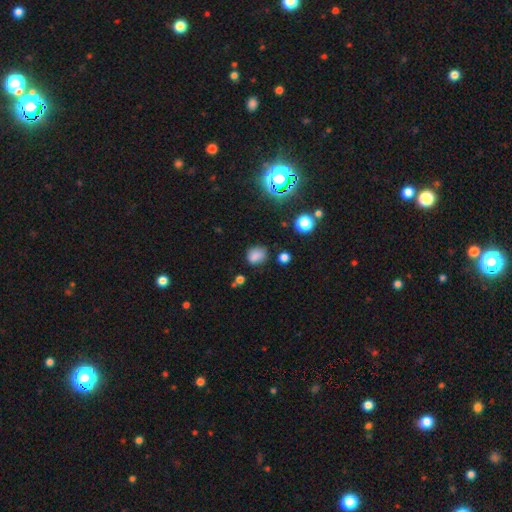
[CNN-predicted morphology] The model was most divided on "how rounded": round: 55%, in between: 44%, cigar-shaped: 1%. More confident: smooth or featured — smooth (76%); merging — none (66%).